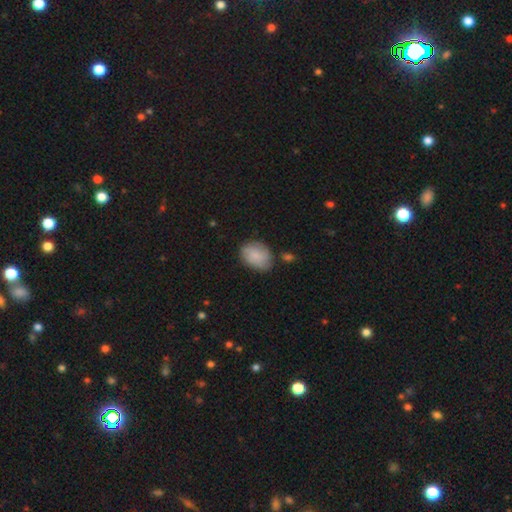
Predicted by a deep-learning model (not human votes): Smooth or featured?
  - smooth: 72% *
  - featured or disk: 21%
  - star or artifact: 7%
How rounded?
  - in between: 72% *
  - round: 27%
  - cigar-shaped: 1%
Merging?
  - none: 67% *
  - minor disturbance: 22%
  - major disturbance: 6%
  - merger: 4%